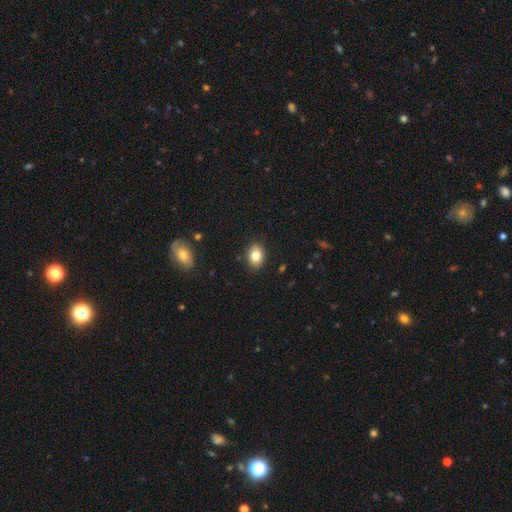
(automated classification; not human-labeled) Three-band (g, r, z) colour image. It shows a smooth galaxy with no disk features (81%) that is in between round and cigar-shaped (75%). Merging: none (88%).